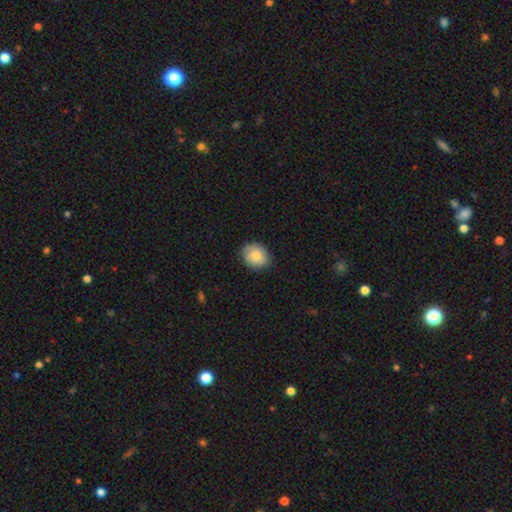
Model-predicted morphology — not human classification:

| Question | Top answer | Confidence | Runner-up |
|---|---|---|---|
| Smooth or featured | smooth | 78% | featured or disk (14%) |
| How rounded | round | 58% | in between (42%) |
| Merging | none | 83% | minor disturbance (13%) |